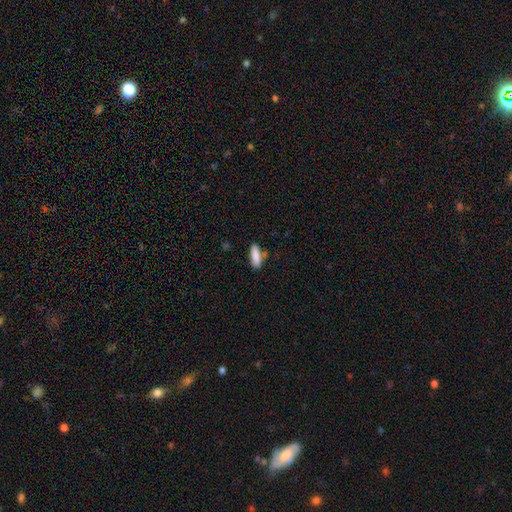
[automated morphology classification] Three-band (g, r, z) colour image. It shows a smooth galaxy with no disk features (86%) that is cigar-shaped (54%). Merging: none (75%).